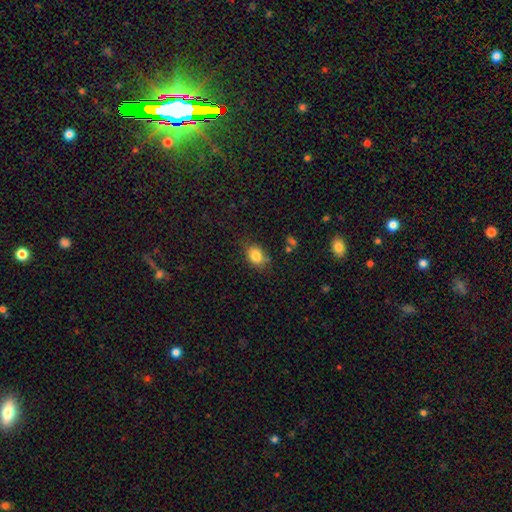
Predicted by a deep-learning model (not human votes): A smooth galaxy with no disk features (83%) that is in between round and cigar-shaped (62%).

Vote fractions:
- Smooth or featured? smooth: 83% / star or artifact: 10% / featured or disk: 7%
- How rounded? in between: 62% / round: 37% / cigar-shaped: 1%
- Merging? none: 73% / minor disturbance: 20% / major disturbance: 5% / merger: 3%